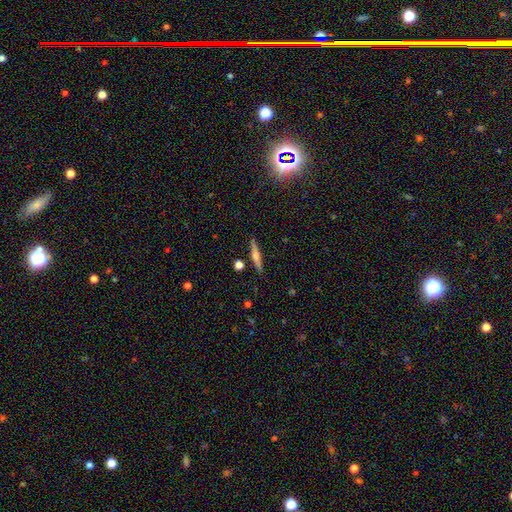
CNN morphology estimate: Smooth or featured? featured or disk (57%)
Edge-on disk? yes (97%)
Edge-on bulge? rounded (81%)
Merging? none (89%)